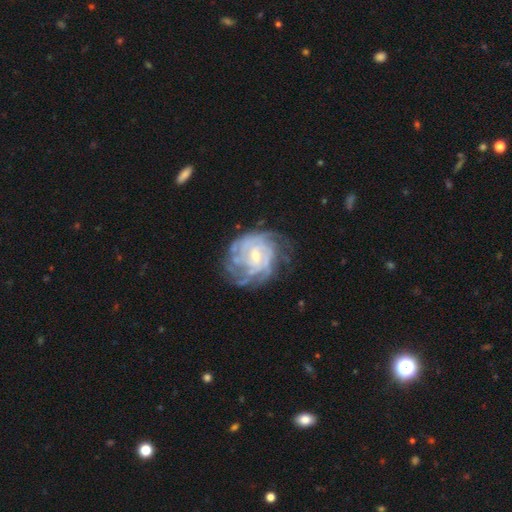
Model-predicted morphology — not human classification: A featured or disk galaxy (86%) with no bar (48%), tight (69%) spiral arms (93%) and a small central bulge (54%).

Vote fractions:
- Smooth or featured? featured or disk: 86% / smooth: 8% / star or artifact: 6%
- Edge-on disk? no: 98% / yes: 2%
- Bar? no: 48% / weak: 43% / strong: 8%
- Spiral arms? yes: 93% / no: 7%
- Spiral winding? tight: 69% / medium: 24% / loose: 7%
- Spiral arm count? can't tell: 46% / 4: 17% / 3: 11% / more than 4: 11% / 2: 9% / 1: 6%
- Bulge size? small: 54% / moderate: 40% / none: 2% / large: 2% / dominant: 1%
- Merging? none: 64% / minor disturbance: 21% / major disturbance: 13% / merger: 2%